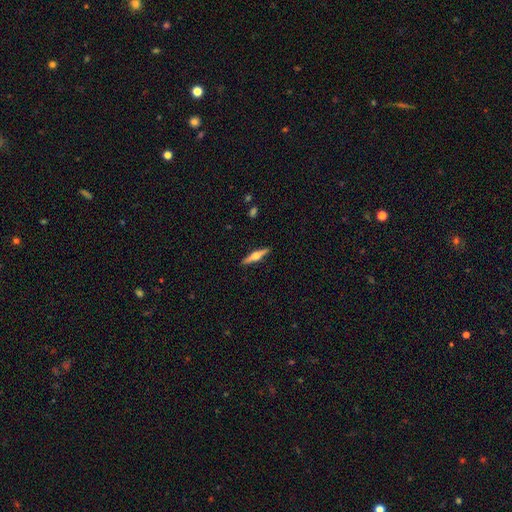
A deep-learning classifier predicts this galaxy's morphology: smooth-or-featured: featured or disk: 68% | smooth: 27% | star or artifact: 5%
  disk-edge-on: yes: 97% | no: 3%
    edge-on-bulge: rounded: 93% | boxy: 5% | none: 2%
  merging: none: 91% | minor disturbance: 7% | major disturbance: 1% | merger: 1%